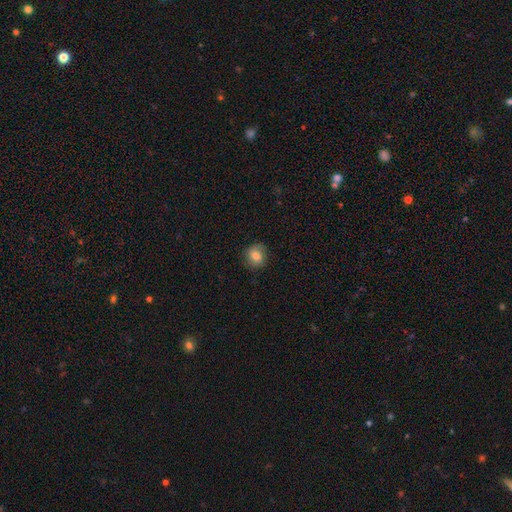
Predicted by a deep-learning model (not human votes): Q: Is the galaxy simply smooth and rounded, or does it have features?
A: smooth — 76%.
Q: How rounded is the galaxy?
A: round — 78%.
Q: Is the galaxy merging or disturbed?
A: none — 81%.